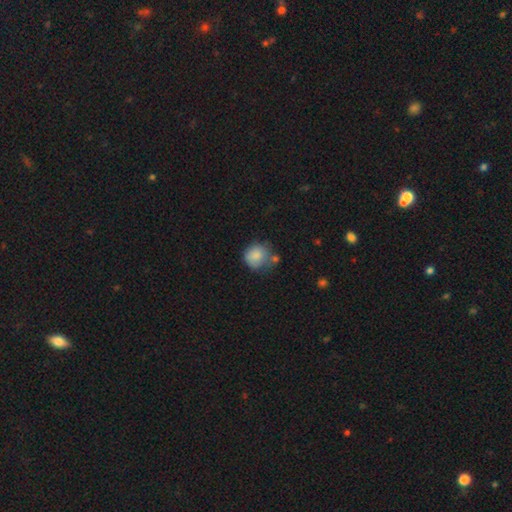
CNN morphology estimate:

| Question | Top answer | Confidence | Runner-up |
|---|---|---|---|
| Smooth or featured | smooth | 82% | featured or disk (10%) |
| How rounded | round | 84% | in between (15%) |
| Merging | none | 53% | minor disturbance (27%) |